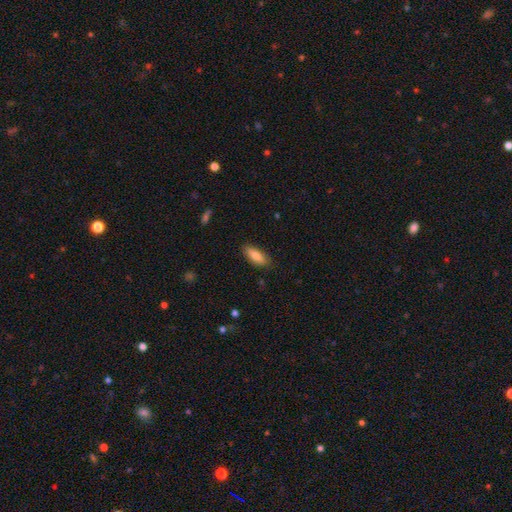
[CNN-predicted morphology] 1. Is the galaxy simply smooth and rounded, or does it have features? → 80% smooth, 13% featured or disk, 6% star or artifact.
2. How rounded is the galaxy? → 67% in between, 31% cigar-shaped, 2% round.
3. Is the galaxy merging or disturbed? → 84% none, 13% minor disturbance, 2% major disturbance, 1% merger.